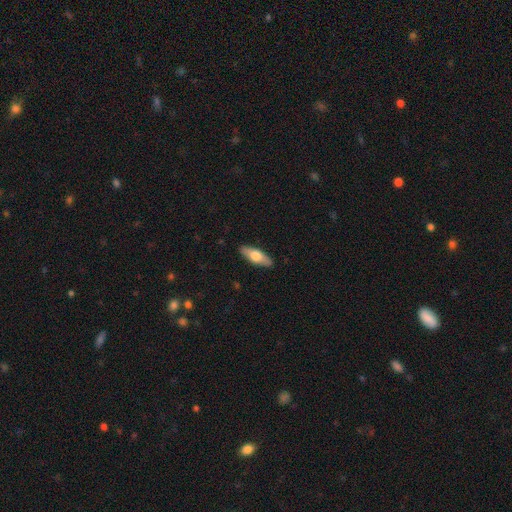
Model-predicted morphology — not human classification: Smooth or featured? smooth (63%)
How rounded? in between (69%)
Merging? none (89%)